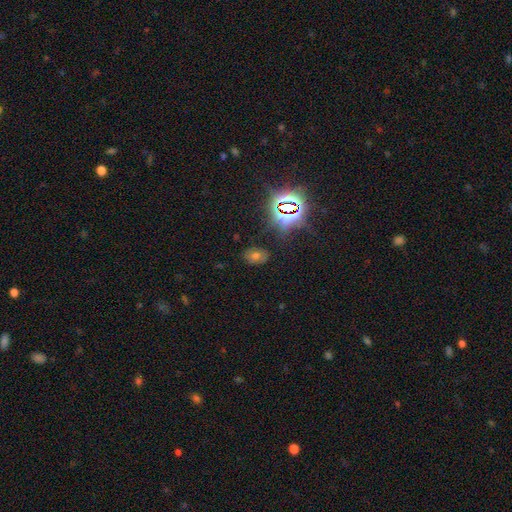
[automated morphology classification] smooth_or_featured: star or artifact (p=0.46) [alt: smooth p=0.40]